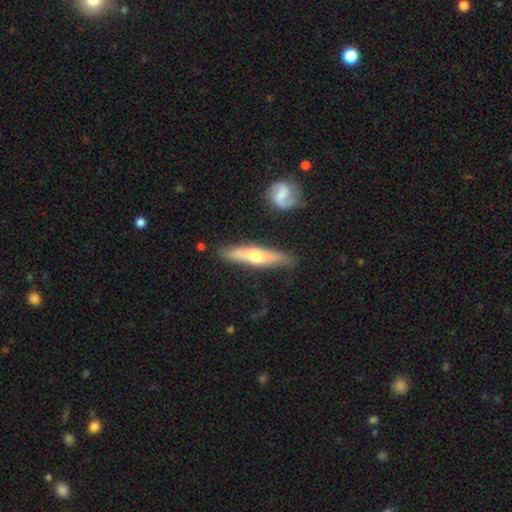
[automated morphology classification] smooth-or-featured: featured or disk: 52% | smooth: 43% | star or artifact: 5%
  disk-edge-on: yes: 85% | no: 15%
  merging: none: 80% | minor disturbance: 14% | merger: 3% | major disturbance: 3%